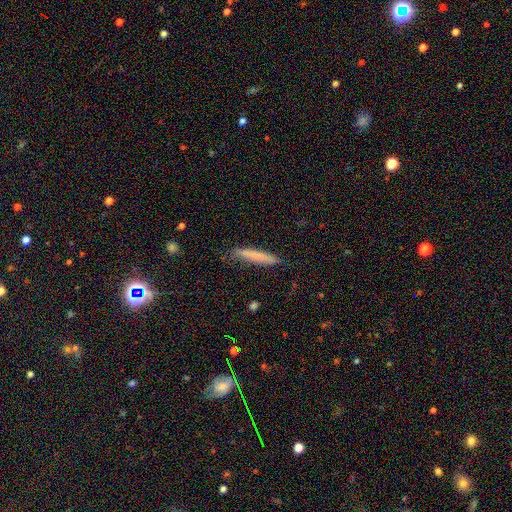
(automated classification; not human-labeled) smooth_or_featured: smooth (p=0.74) [alt: featured or disk p=0.19]
how_rounded: cigar-shaped (p=0.92) [alt: in between p=0.06]
merging: none (p=0.76) [alt: minor disturbance p=0.19]